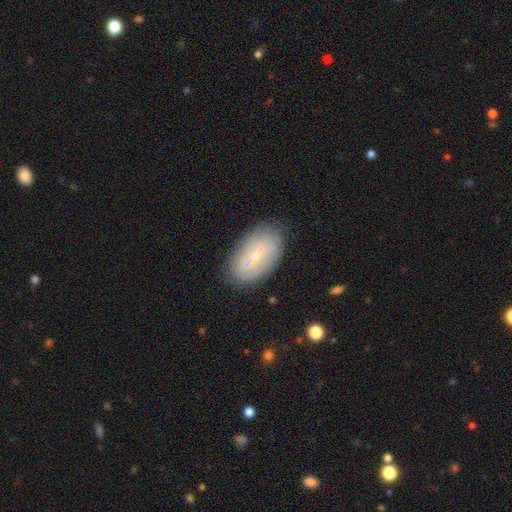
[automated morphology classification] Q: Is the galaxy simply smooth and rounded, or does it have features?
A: featured or disk — 56%.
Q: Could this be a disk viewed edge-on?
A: no — 91%.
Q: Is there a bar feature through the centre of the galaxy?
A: weak — 47%.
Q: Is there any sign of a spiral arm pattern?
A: yes — 60%.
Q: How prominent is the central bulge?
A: small — 75%.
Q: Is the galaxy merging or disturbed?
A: none — 83%.